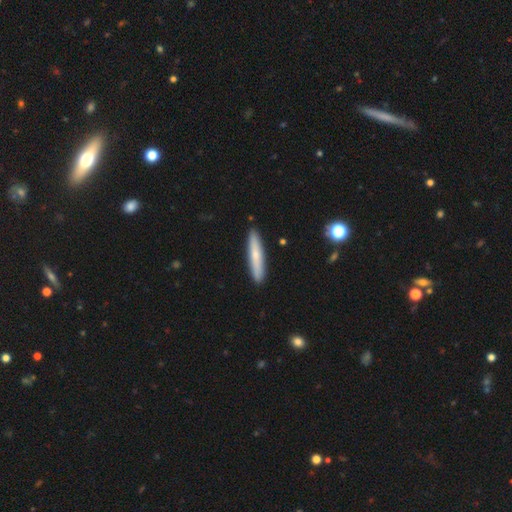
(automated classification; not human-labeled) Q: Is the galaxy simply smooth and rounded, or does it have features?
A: smooth — 65%.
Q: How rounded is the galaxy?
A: cigar-shaped — 92%.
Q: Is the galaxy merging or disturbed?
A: none — 91%.